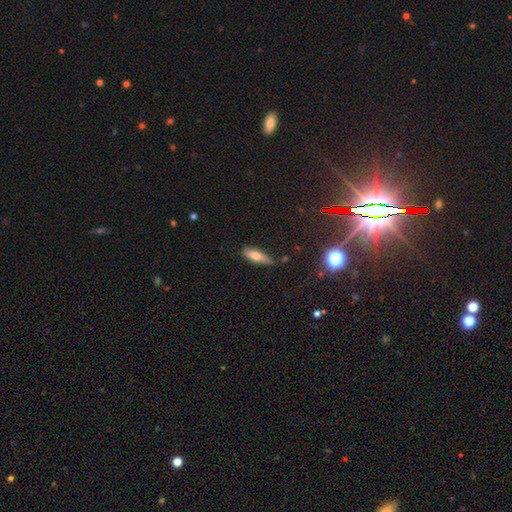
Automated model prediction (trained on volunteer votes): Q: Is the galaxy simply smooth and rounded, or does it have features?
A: smooth — 66%.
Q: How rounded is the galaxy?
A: in between — 50%.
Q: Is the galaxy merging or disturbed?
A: none — 68%.